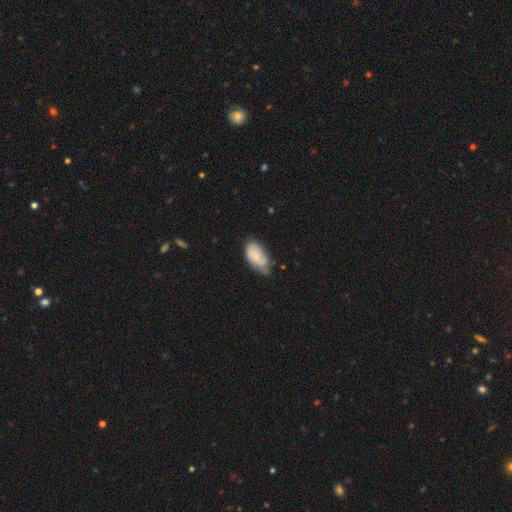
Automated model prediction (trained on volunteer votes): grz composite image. It shows a smooth galaxy with no disk features (57%) that is in between round and cigar-shaped (93%). Merging: none (51%).